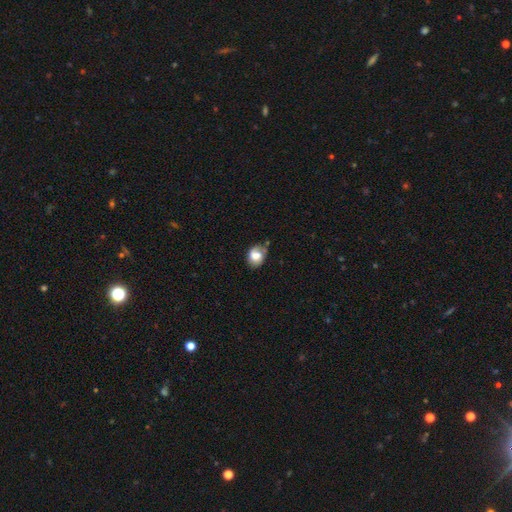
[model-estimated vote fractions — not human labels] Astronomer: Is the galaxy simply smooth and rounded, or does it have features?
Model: smooth — 71%.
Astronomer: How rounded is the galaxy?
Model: in between — 57% (runner-up: round, 42%).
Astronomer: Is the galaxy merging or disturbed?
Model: none — 50% (runner-up: minor disturbance, 31%).